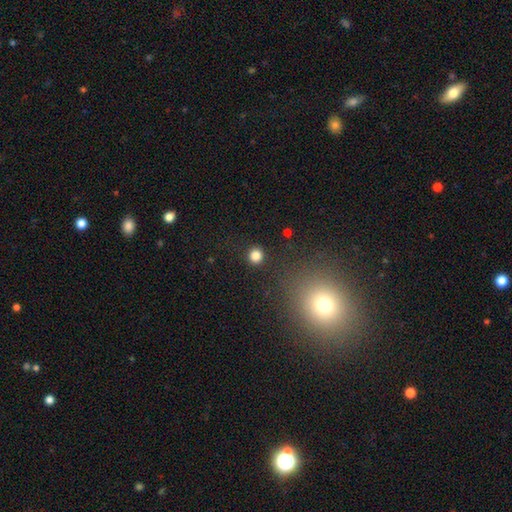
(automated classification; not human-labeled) A smooth galaxy with no disk features (83%) that is round (92%).

Vote fractions:
- Smooth or featured? smooth: 83% / star or artifact: 13% / featured or disk: 4%
- How rounded? round: 92% / in between: 7% / cigar-shaped: 1%
- Merging? none: 91% / minor disturbance: 5% / major disturbance: 2% / merger: 2%